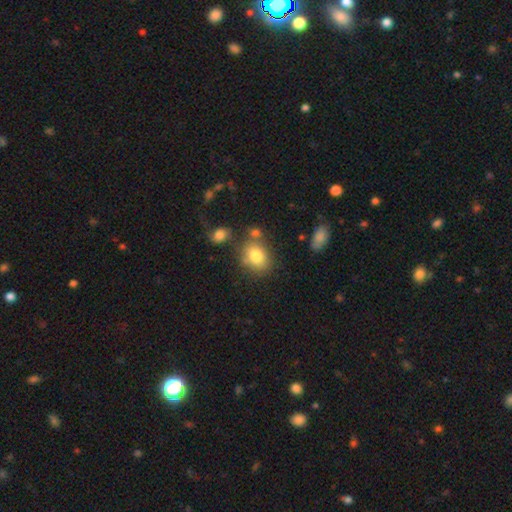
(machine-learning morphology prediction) A smooth galaxy with no disk features (80%) that is in between round and cigar-shaped (54%).

Vote fractions:
- Smooth or featured? smooth: 80% / featured or disk: 10% / star or artifact: 9%
- How rounded? in between: 54% / round: 45% / cigar-shaped: 1%
- Merging? none: 67% / minor disturbance: 16% / merger: 12% / major disturbance: 5%